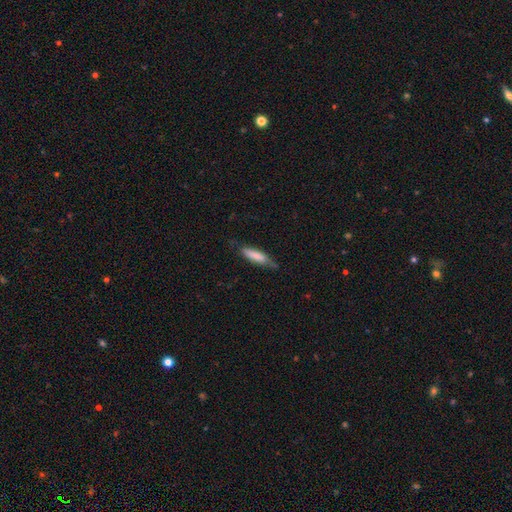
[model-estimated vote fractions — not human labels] Morphology: type=smooth (75%); roundness=cigar-shaped (69%); merging=none (62%).